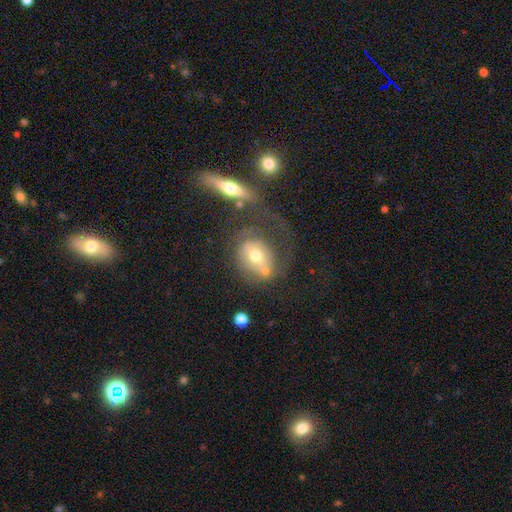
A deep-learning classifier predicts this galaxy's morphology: Smooth or featured? Predicted: smooth (p=0.49). Merging? Predicted: none (p=0.40).